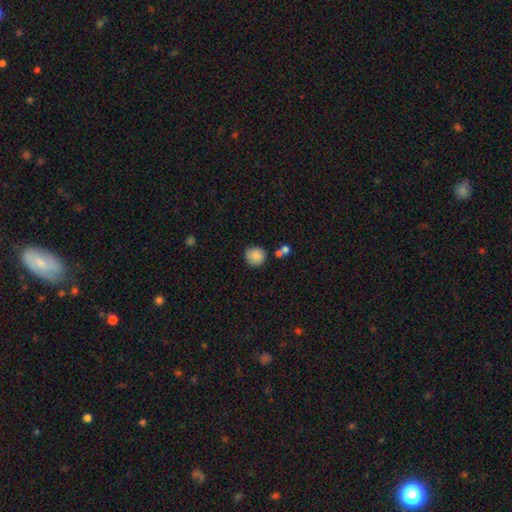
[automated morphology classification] smooth_or_featured: smooth (p=0.86) [alt: star or artifact p=0.08]
how_rounded: round (p=0.91) [alt: in between p=0.08]
merging: none (p=0.75) [alt: minor disturbance p=0.12]